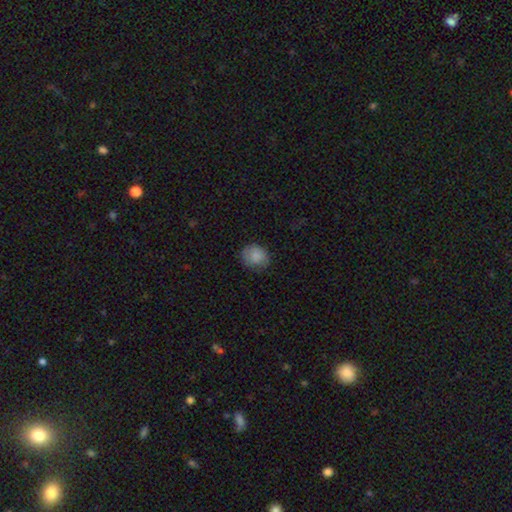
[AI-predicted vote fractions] A smooth galaxy with no disk features (86%) that is round (74%).

Vote fractions:
- Smooth or featured? smooth: 86% / star or artifact: 8% / featured or disk: 6%
- How rounded? round: 74% / in between: 25% / cigar-shaped: 1%
- Merging? none: 75% / minor disturbance: 19% / major disturbance: 5% / merger: 1%